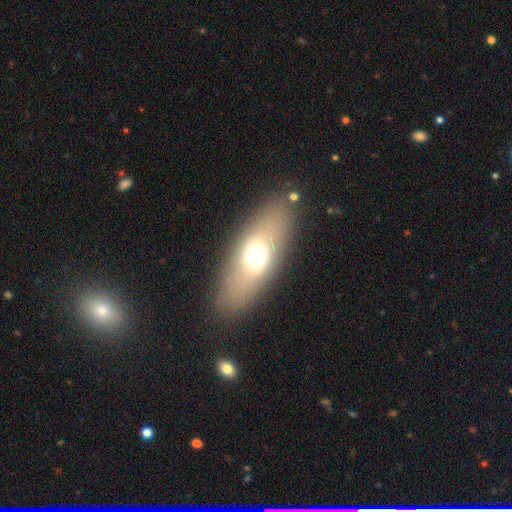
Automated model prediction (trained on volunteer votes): This is possibly a smooth galaxy (57%). How rounded: likely in between (70%). Merging: clearly none (85%).